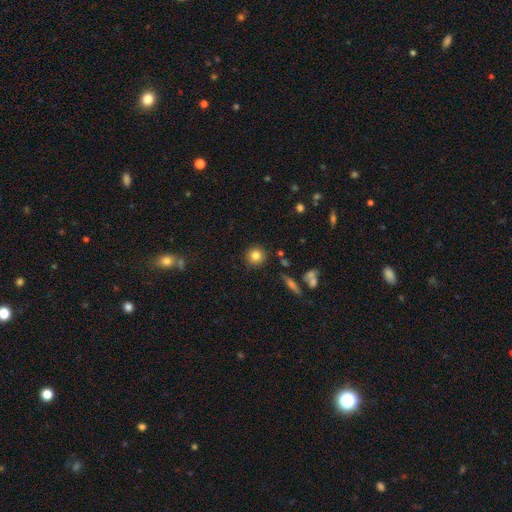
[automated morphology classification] Smooth or featured? smooth (81%)
How rounded? round (92%)
Merging? none (88%)